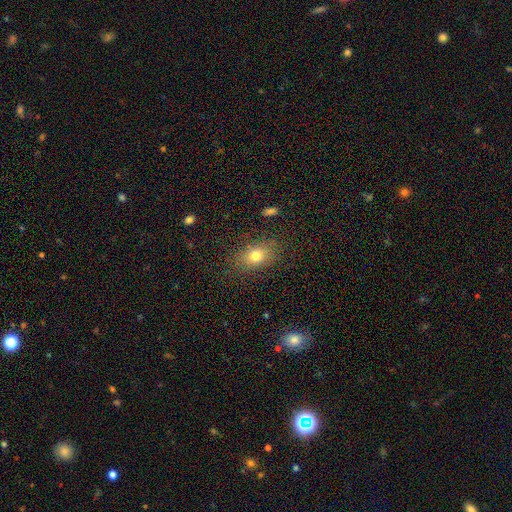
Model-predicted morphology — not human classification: This appears to be a smooth galaxy with no disk features (76%) that is in between round and cigar-shaped (73%). Merging: none (82%).